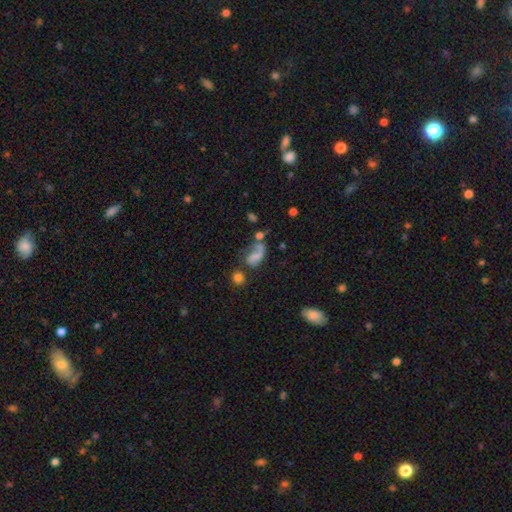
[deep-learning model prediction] smooth-or-featured: smooth: 49% | featured or disk: 36% | star or artifact: 15%
  merging: major disturbance: 32% | none: 26% | merger: 24% | minor disturbance: 18%